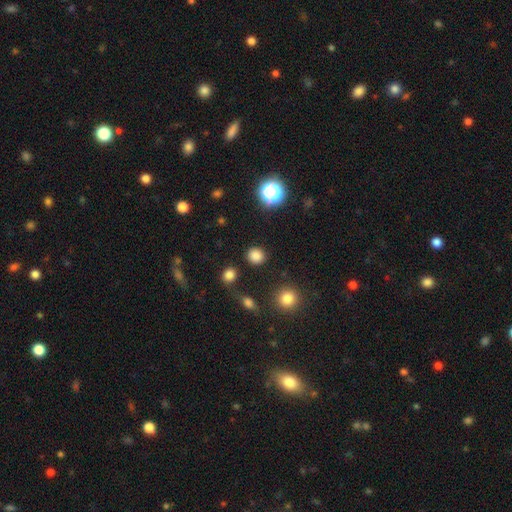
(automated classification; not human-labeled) A smooth galaxy with no disk features (82%) that is round (85%).

Vote fractions:
- Smooth or featured? smooth: 82% / star or artifact: 15% / featured or disk: 4%
- How rounded? round: 85% / in between: 14% / cigar-shaped: 1%
- Merging? none: 88% / minor disturbance: 7% / major disturbance: 3% / merger: 2%